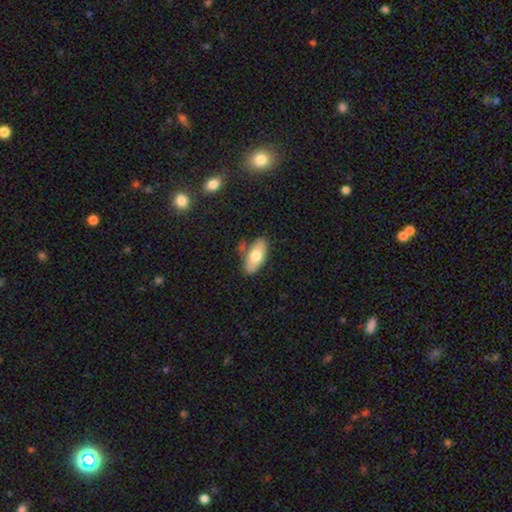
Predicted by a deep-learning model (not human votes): This is likely a smooth galaxy (72%). How rounded: clearly in between (86%). Merging: likely none (76%).